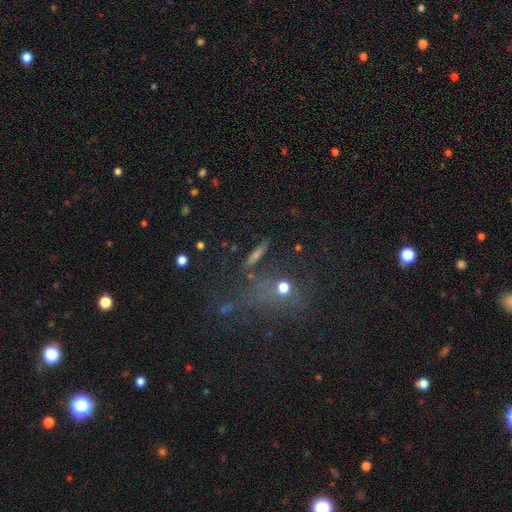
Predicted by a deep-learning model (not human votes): The model was most divided on "smooth or featured": smooth: 40%, star or artifact: 32%, featured or disk: 28%. More confident: merging — none (65%).